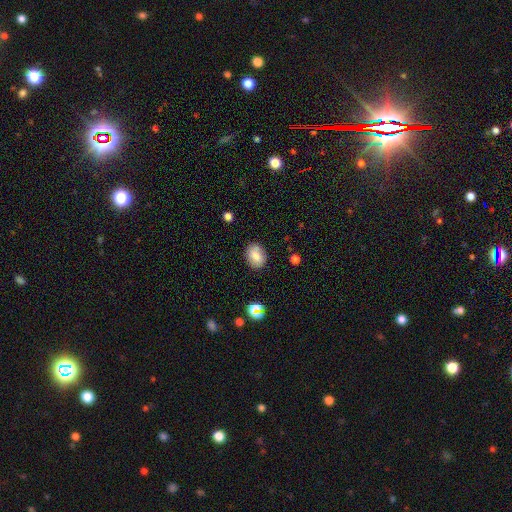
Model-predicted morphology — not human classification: Smooth or featured? Predicted: smooth (p=0.78). How rounded? Predicted: in between (p=0.73). Merging? Predicted: none (p=0.83).